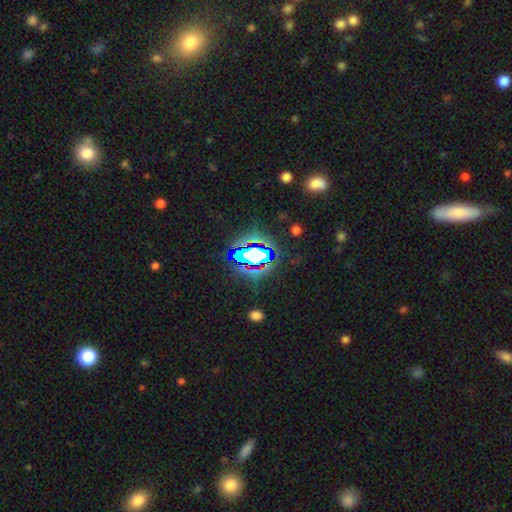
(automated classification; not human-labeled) smooth-or-featured: star or artifact: 64% | smooth: 20% | featured or disk: 16%